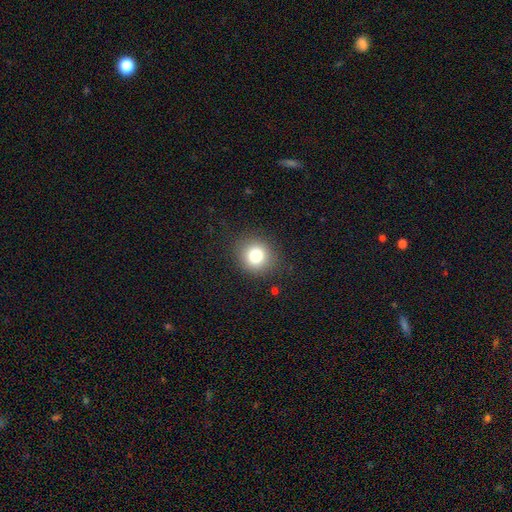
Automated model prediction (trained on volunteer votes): A smooth galaxy with no disk features (81%) that is round (87%).

Vote fractions:
- Smooth or featured? smooth: 81% / star or artifact: 11% / featured or disk: 8%
- How rounded? round: 87% / in between: 12% / cigar-shaped: 1%
- Merging? none: 87% / minor disturbance: 9% / major disturbance: 3% / merger: 1%